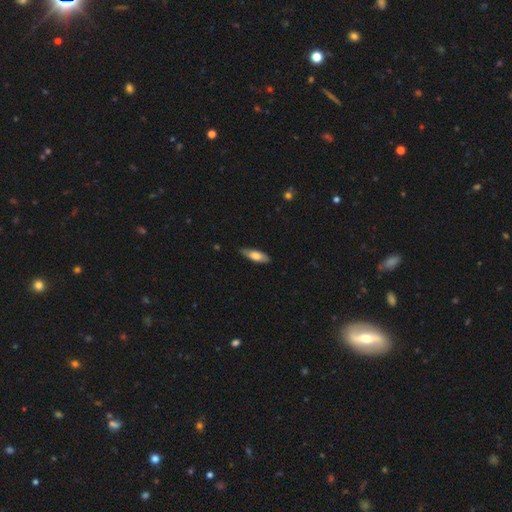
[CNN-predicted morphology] smooth 67%, featured or disk 27%, star or artifact 6%. Down the decision tree: how rounded — in between (63%); merging — none (78%).